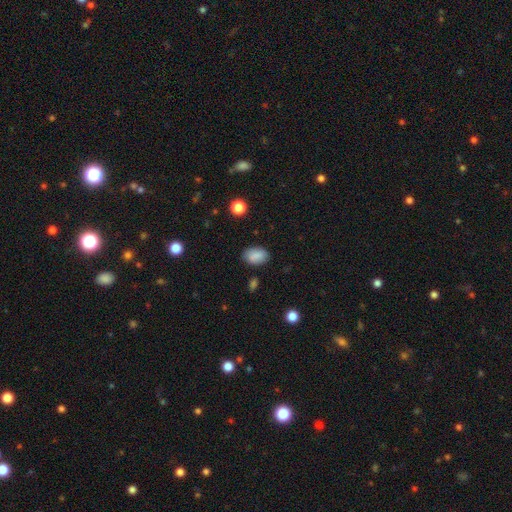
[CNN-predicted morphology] smooth 88%, star or artifact 8%, featured or disk 4%. Down the decision tree: how rounded — in between (85%); merging — none (83%).